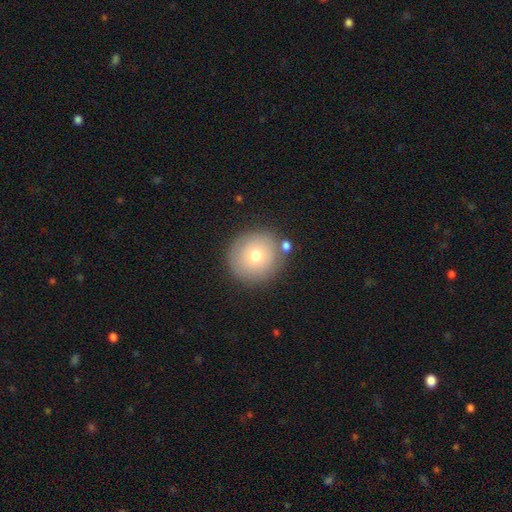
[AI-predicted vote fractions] Smooth or featured? smooth (71%)
How rounded? round (91%)
Merging? none (79%)